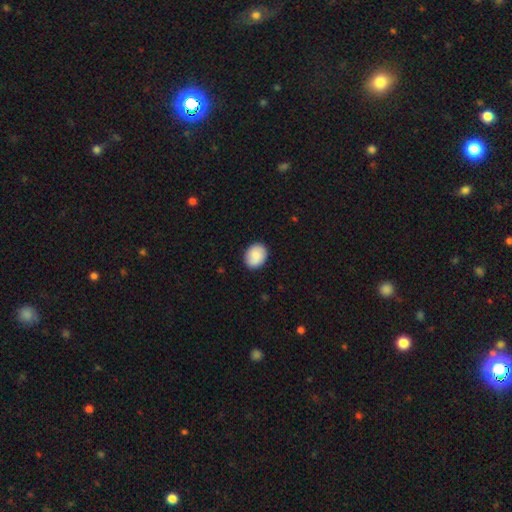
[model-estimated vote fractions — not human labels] This is clearly a smooth galaxy (87%). How rounded: possibly round (51%). Merging: clearly none (89%).